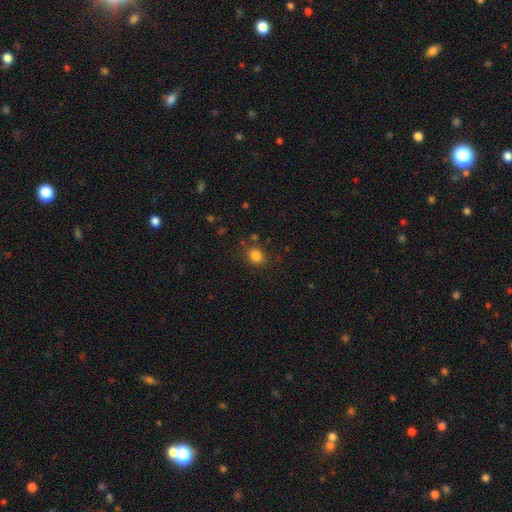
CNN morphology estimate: This appears to be a smooth galaxy with no disk features (82%) that is round (63%). Merging: none (81%).